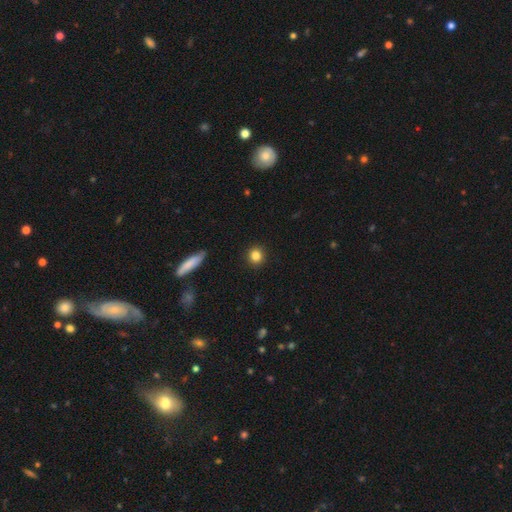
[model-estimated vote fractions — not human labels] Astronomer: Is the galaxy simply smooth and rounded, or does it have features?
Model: smooth — 84%.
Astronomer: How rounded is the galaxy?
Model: round — 89%.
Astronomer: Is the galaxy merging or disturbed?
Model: none — 92%.